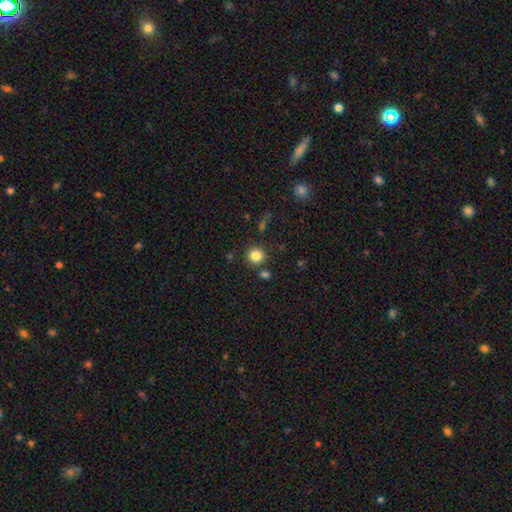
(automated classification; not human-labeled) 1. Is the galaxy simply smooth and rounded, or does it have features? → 83% smooth, 11% star or artifact, 5% featured or disk.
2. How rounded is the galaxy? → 90% round, 9% in between, 1% cigar-shaped.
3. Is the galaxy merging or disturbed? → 85% none, 7% minor disturbance, 6% merger, 3% major disturbance.